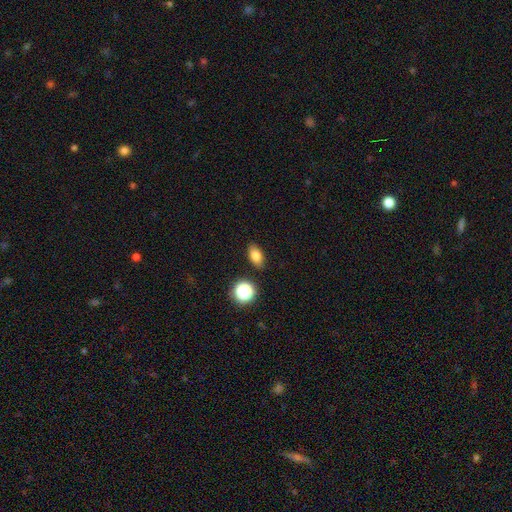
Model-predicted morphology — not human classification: smooth 79%, star or artifact 12%, featured or disk 9%. Down the decision tree: how rounded — in between (84%); merging — none (87%).